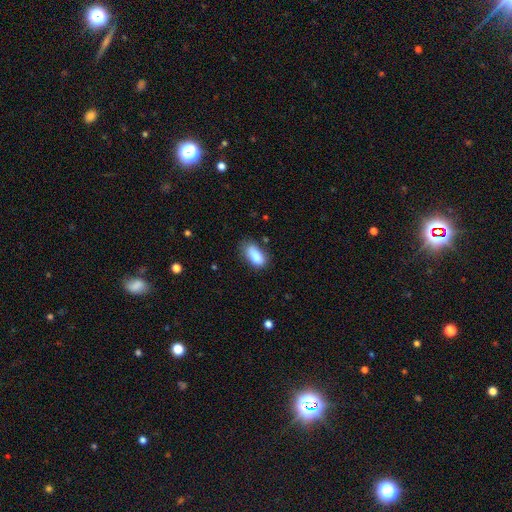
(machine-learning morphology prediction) The model was most divided on "merging": none: 70%, minor disturbance: 23%, major disturbance: 5%, merger: 2%. More confident: how rounded — in between (89%); smooth or featured — smooth (85%).